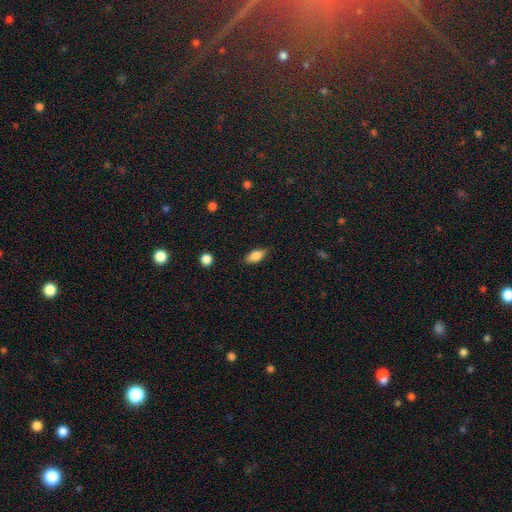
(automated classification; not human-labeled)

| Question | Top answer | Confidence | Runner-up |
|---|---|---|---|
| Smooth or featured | smooth | 81% | featured or disk (11%) |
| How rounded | in between | 85% | cigar-shaped (11%) |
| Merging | none | 80% | minor disturbance (16%) |